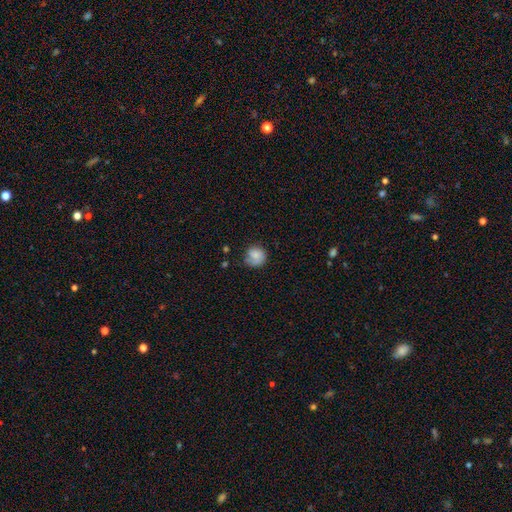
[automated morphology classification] This is likely a smooth galaxy (76%). How rounded: clearly round (82%). Merging: possibly none (56%).